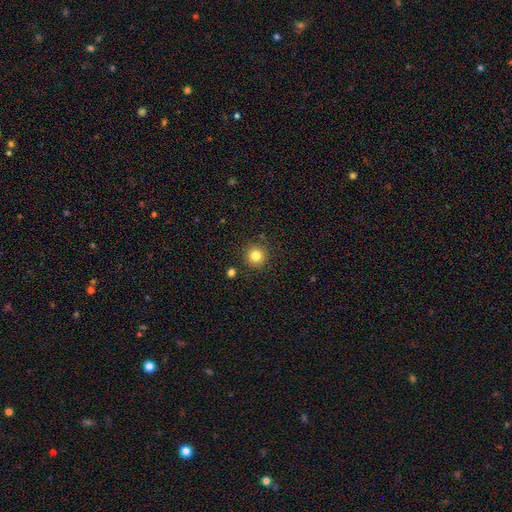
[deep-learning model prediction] Smooth or featured: smooth — 83% (star or artifact — 12%)
How rounded: round — 95% (in between — 4%)
Merging: none — 89% (minor disturbance — 7%)